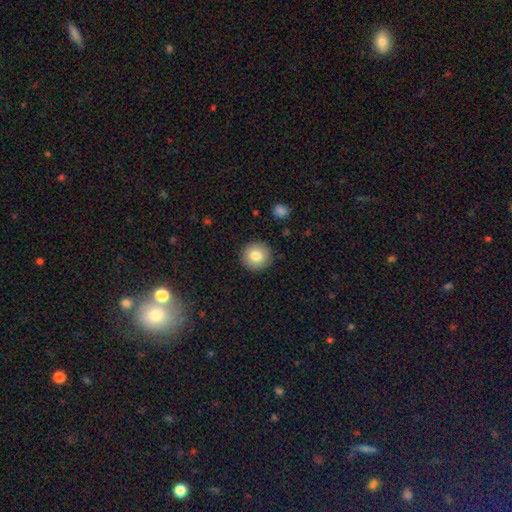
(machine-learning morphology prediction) Overall: smooth (81%). How rounded: round (95%). Merging: none (91%).